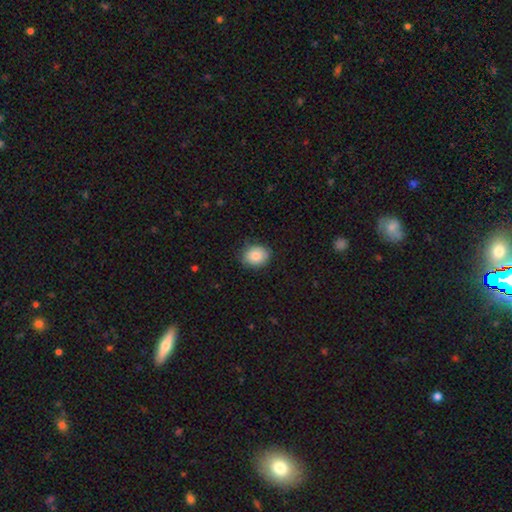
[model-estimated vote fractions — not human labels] smooth_or_featured: smooth (p=0.85) [alt: star or artifact p=0.08]
how_rounded: round (p=0.61) [alt: in between p=0.38]
merging: none (p=0.80) [alt: minor disturbance p=0.16]